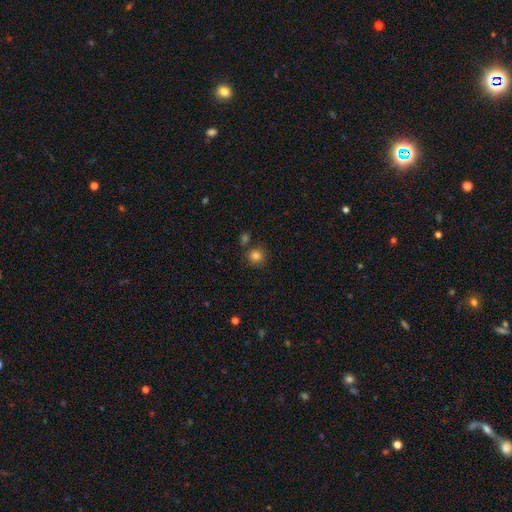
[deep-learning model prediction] Morphology: type=smooth (83%); roundness=round (90%); merging=none (77%).